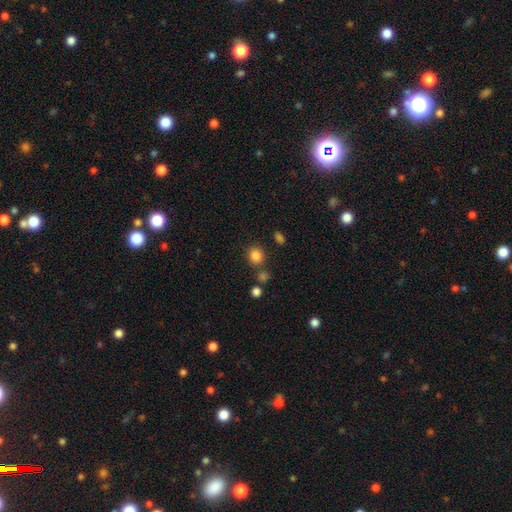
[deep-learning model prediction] Smooth or featured? smooth (84%)
How rounded? round (82%)
Merging? none (79%)